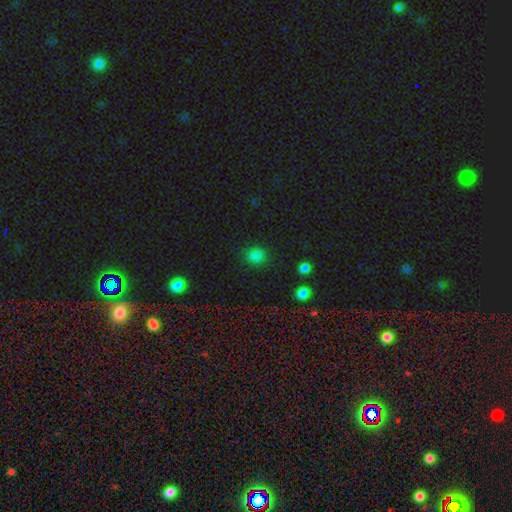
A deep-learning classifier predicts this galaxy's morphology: The model was most divided on "how rounded": round: 76%, in between: 23%, cigar-shaped: 1%. More confident: merging — none (86%); smooth or featured — smooth (81%).